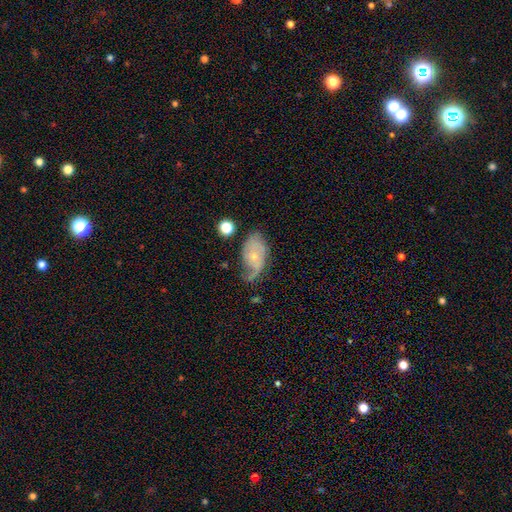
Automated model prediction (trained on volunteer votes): A featured or disk galaxy (67%) with no bar (75%), 2 (42%) medium (37%) spiral arms (87%) and a small central bulge (71%). Merging: none (47%).